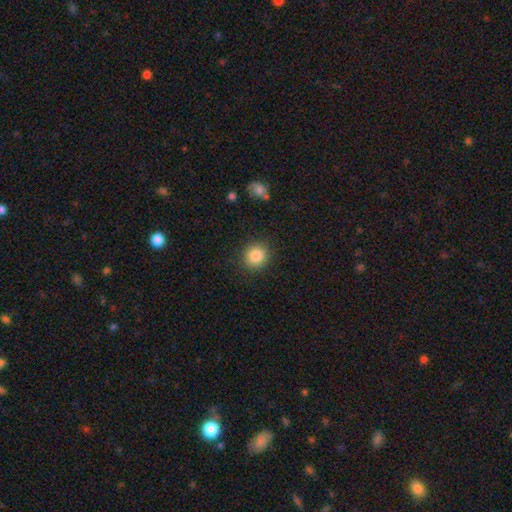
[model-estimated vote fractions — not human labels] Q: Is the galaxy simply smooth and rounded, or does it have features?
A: smooth — 86%.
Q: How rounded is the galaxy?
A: round — 86%.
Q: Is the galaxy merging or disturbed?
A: none — 89%.